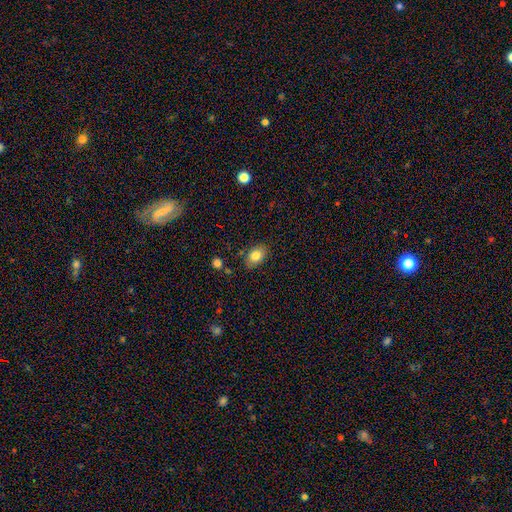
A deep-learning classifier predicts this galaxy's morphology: smooth 82%, featured or disk 10%, star or artifact 8%. Down the decision tree: how rounded — in between (80%); merging — none (82%).